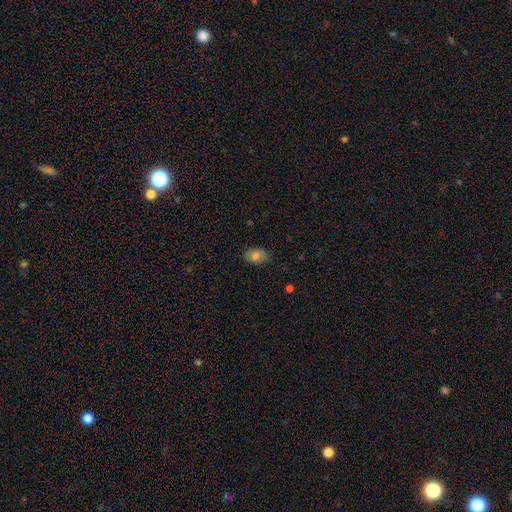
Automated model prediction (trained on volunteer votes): Smooth or featured: smooth — 79% (featured or disk — 12%)
How rounded: in between — 84% (round — 14%)
Merging: none — 76% (minor disturbance — 20%)